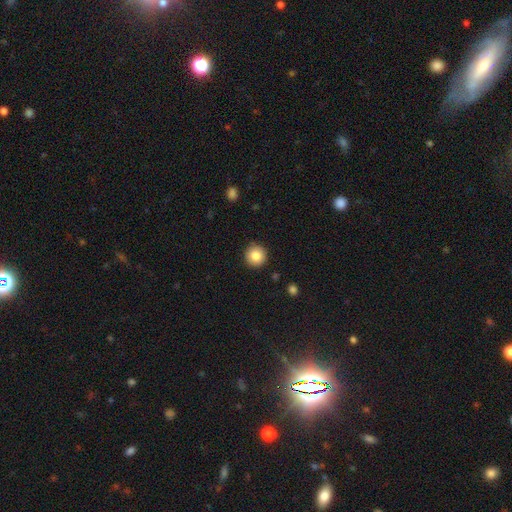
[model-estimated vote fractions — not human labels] Smooth or featured: smooth — 84% (star or artifact — 9%)
How rounded: round — 95% (in between — 4%)
Merging: none — 91% (minor disturbance — 6%)